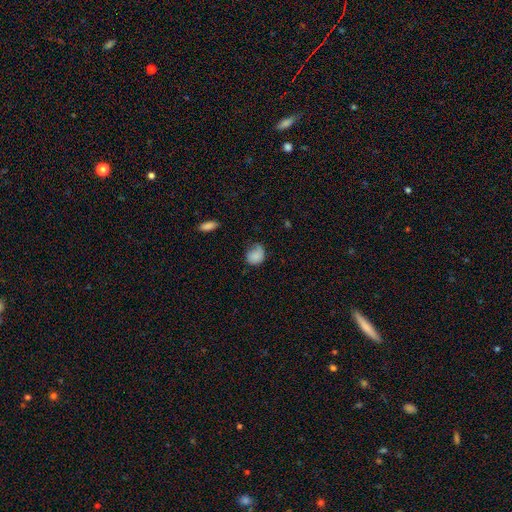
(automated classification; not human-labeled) smooth_or_featured: smooth (p=0.80) [alt: featured or disk p=0.11]
how_rounded: round (p=0.60) [alt: in between p=0.39]
merging: none (p=0.46) [alt: minor disturbance p=0.35]